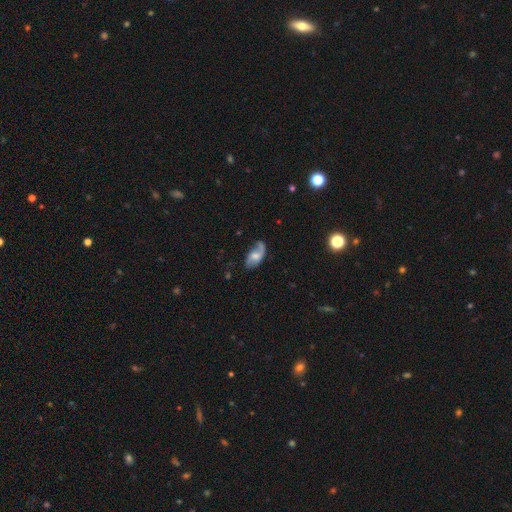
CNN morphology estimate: This appears to be a featured or disk galaxy (63%) with no bar (53%), 2 (67%) loose (54%) spiral arms (89%) and a moderate central bulge (45%). Merging: none (57%).